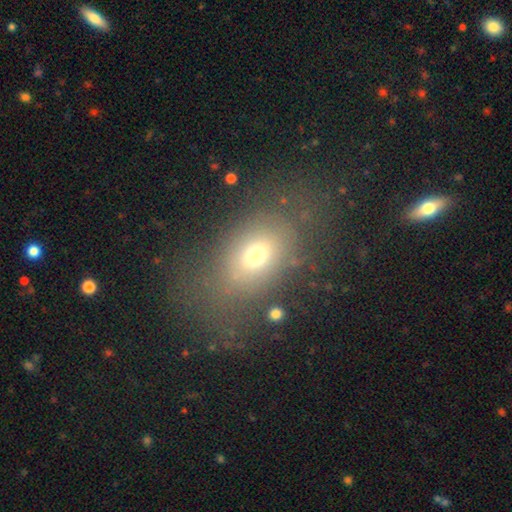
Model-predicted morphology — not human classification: A smooth galaxy with no disk features (64%) that is in between round and cigar-shaped (72%).

Vote fractions:
- Smooth or featured? smooth: 64% / featured or disk: 19% / star or artifact: 17%
- How rounded? in between: 72% / round: 25% / cigar-shaped: 3%
- Merging? none: 64% / minor disturbance: 17% / major disturbance: 15% / merger: 3%